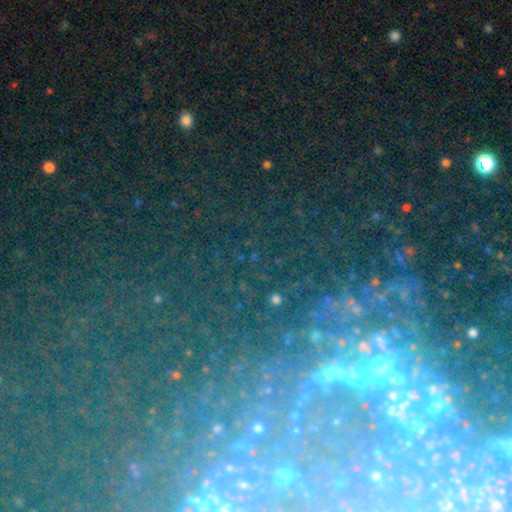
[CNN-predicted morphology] Smooth or featured?
  - star or artifact: 55% *
  - featured or disk: 30%
  - smooth: 15%